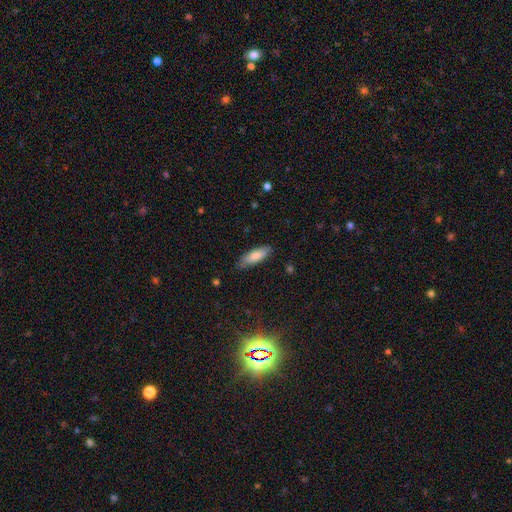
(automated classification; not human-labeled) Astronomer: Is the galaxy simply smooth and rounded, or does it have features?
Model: smooth — 78%.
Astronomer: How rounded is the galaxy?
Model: in between — 57% (runner-up: cigar-shaped, 41%).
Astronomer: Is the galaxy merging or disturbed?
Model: none — 81%.